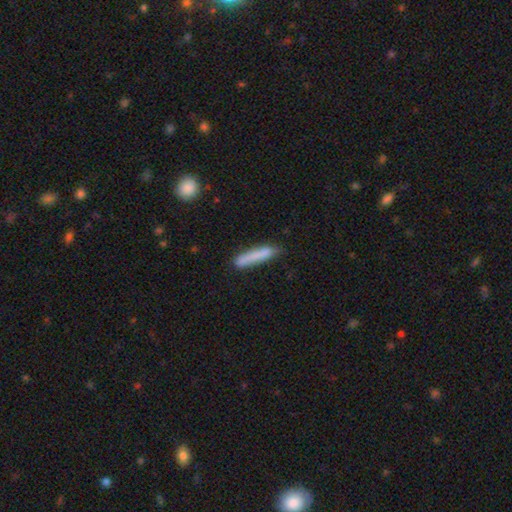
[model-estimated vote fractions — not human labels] A smooth galaxy with no disk features (79%) that is cigar-shaped (92%). Merging: none (78%).